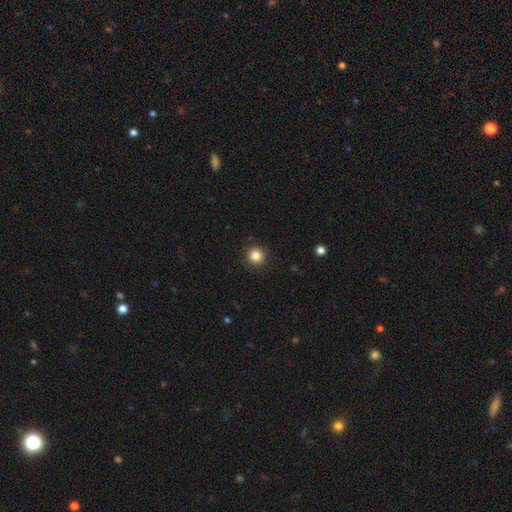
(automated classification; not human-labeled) This is clearly a smooth galaxy (85%). How rounded: clearly round (94%). Merging: clearly none (92%).